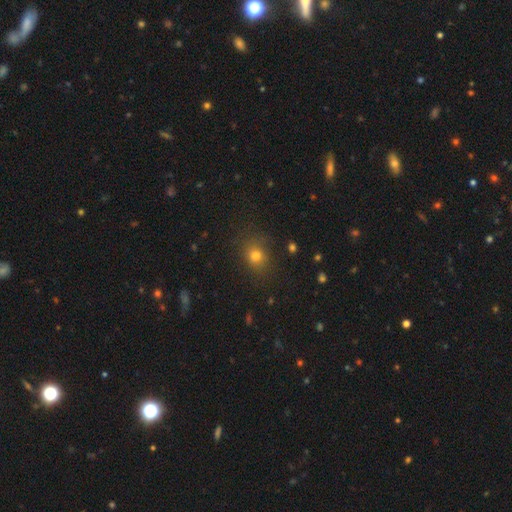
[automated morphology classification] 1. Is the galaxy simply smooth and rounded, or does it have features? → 76% smooth, 17% star or artifact, 8% featured or disk.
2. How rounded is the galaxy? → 70% round, 29% in between, 1% cigar-shaped.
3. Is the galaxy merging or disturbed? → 81% none, 13% minor disturbance, 5% major disturbance, 2% merger.